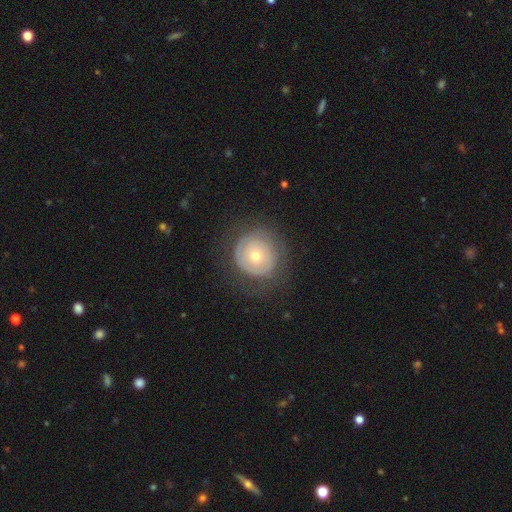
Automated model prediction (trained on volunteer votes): Morphology: type=featured or disk (52%); edge-on=no (96%); merging=none (72%).